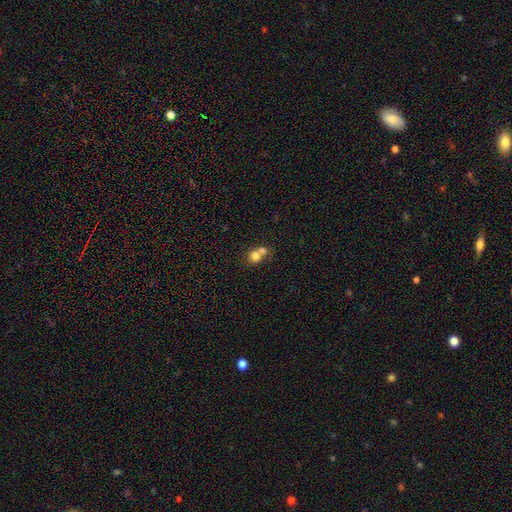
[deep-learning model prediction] Smooth or featured? smooth (75%)
How rounded? round (82%)
Merging? merger (57%)